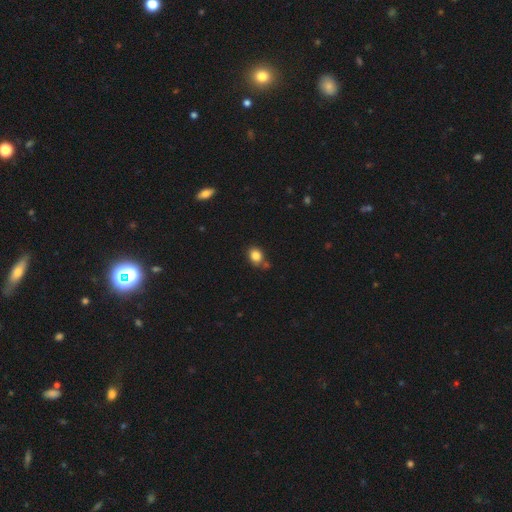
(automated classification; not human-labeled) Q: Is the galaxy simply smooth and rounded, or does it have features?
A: smooth — 84%.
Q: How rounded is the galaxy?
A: round — 54%.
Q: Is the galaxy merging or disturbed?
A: none — 70%.